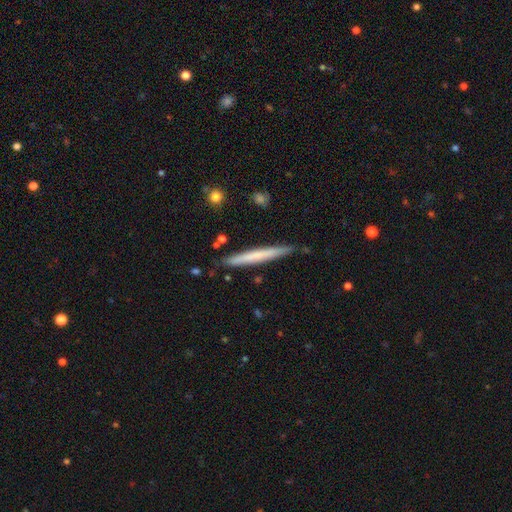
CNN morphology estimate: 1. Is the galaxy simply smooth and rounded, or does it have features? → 59% smooth, 36% featured or disk, 6% star or artifact.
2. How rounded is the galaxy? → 97% cigar-shaped, 2% in between, 1% round.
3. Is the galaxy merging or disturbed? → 87% none, 10% minor disturbance, 2% merger, 1% major disturbance.